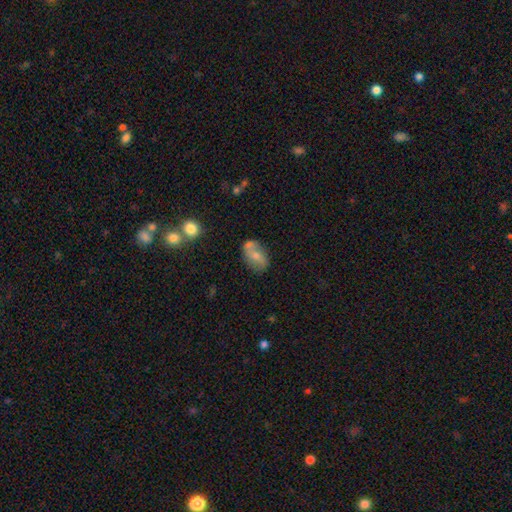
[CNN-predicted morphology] A smooth galaxy with no disk features (52%) that is in between round and cigar-shaped (84%). Merging: none (56%).